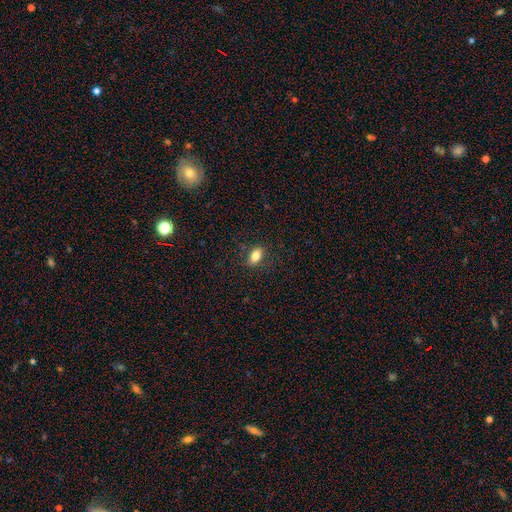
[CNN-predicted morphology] smooth 81%, featured or disk 10%, star or artifact 9%. Down the decision tree: how rounded — in between (86%); merging — none (86%).